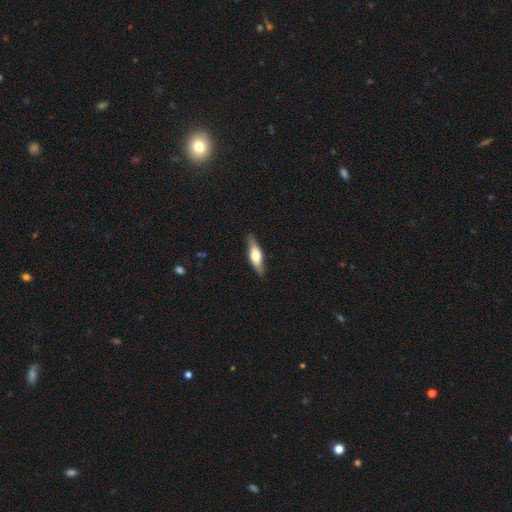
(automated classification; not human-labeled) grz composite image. It shows a featured or disk galaxy (48%). Merging: none (86%).